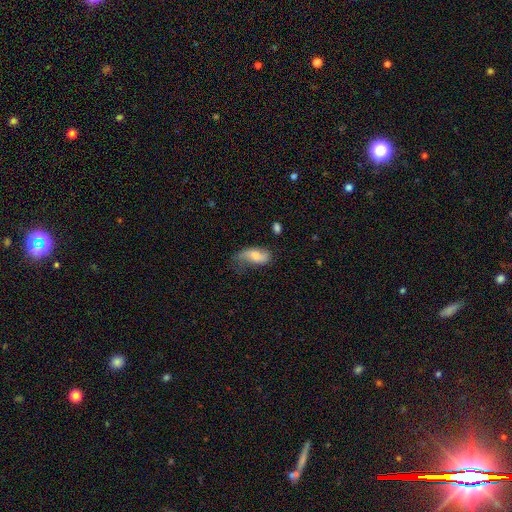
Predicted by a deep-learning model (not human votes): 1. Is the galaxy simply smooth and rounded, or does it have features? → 49% smooth, 44% featured or disk, 7% star or artifact.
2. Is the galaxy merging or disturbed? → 42% none, 36% minor disturbance, 19% major disturbance, 3% merger.